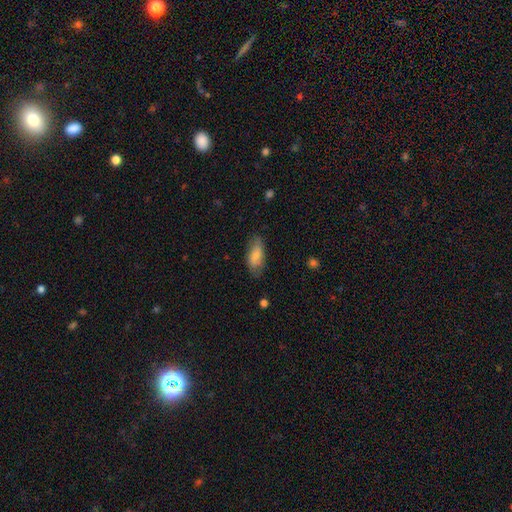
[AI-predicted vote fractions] Smooth or featured?
  - smooth: 78% *
  - featured or disk: 15%
  - star or artifact: 6%
How rounded?
  - in between: 84% *
  - cigar-shaped: 14%
  - round: 2%
Merging?
  - none: 70% *
  - minor disturbance: 23%
  - major disturbance: 6%
  - merger: 1%